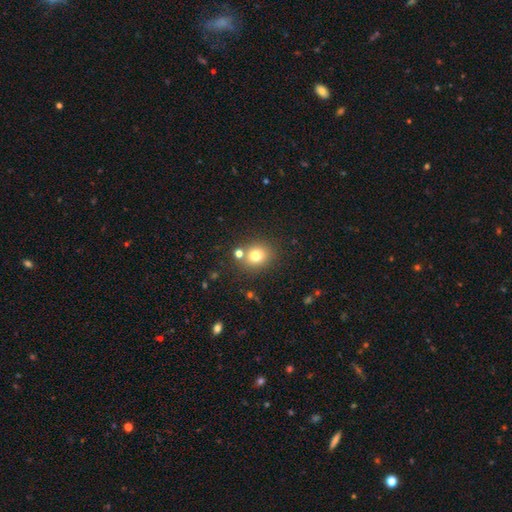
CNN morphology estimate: smooth_or_featured: smooth (p=0.77) [alt: star or artifact p=0.14]
how_rounded: round (p=0.73) [alt: in between p=0.26]
merging: none (p=0.75) [alt: merger p=0.12]